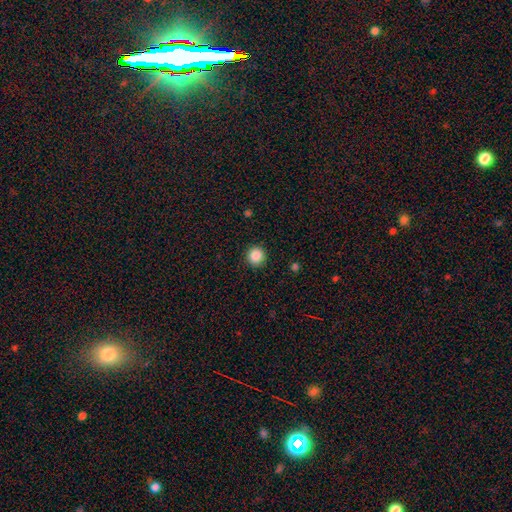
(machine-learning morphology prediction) smooth 87%, star or artifact 9%, featured or disk 3%. Down the decision tree: how rounded — round (95%); merging — none (92%).